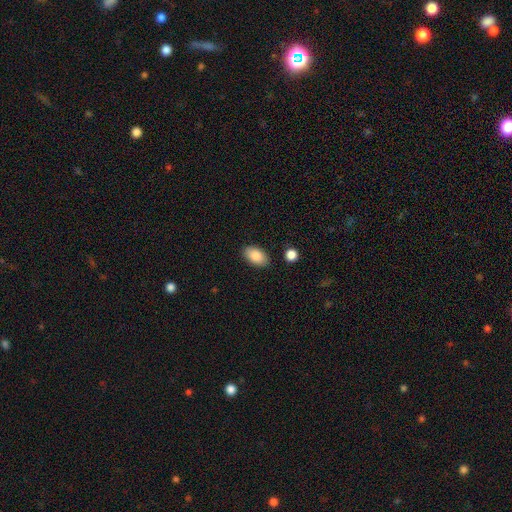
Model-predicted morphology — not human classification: A smooth galaxy with no disk features (86%) that is in between round and cigar-shaped (94%).

Vote fractions:
- Smooth or featured? smooth: 86% / featured or disk: 7% / star or artifact: 7%
- How rounded? in between: 94% / round: 5% / cigar-shaped: 1%
- Merging? none: 86% / minor disturbance: 10% / merger: 2% / major disturbance: 2%